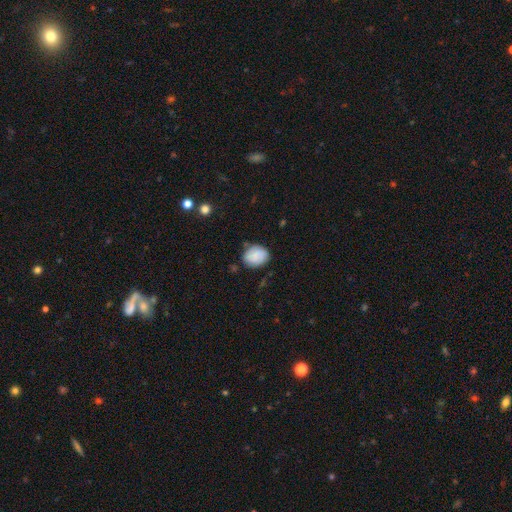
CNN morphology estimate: A smooth galaxy with no disk features (84%) that is round (52%).

Vote fractions:
- Smooth or featured? smooth: 84% / featured or disk: 9% / star or artifact: 7%
- How rounded? round: 52% / in between: 47% / cigar-shaped: 1%
- Merging? none: 74% / minor disturbance: 19% / major disturbance: 4% / merger: 3%